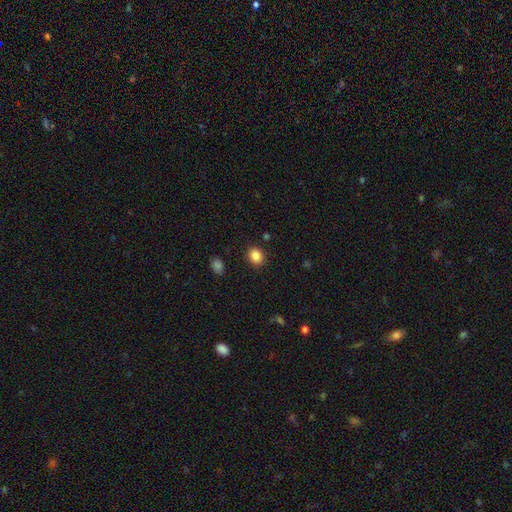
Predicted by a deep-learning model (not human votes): Smooth or featured? Predicted: smooth (p=0.87). How rounded? Predicted: round (p=0.54). Merging? Predicted: none (p=0.88).